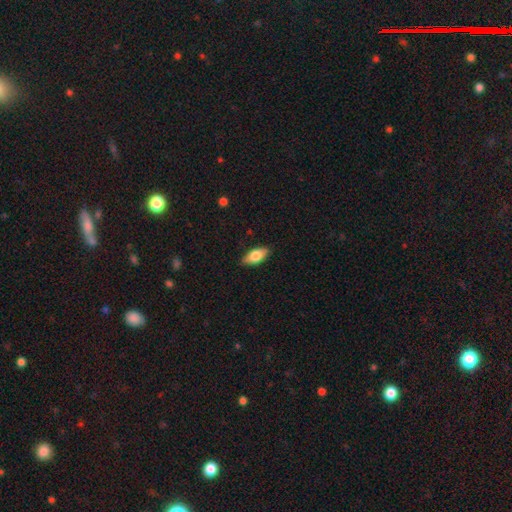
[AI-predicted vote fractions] A smooth galaxy with no disk features (77%) that is in between round and cigar-shaped (88%). Merging: none (87%).